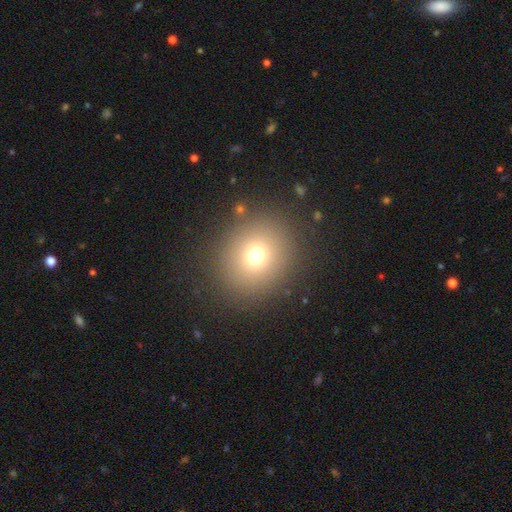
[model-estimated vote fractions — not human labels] smooth_or_featured: smooth (p=0.72) [alt: star or artifact p=0.17]
how_rounded: round (p=0.84) [alt: in between p=0.15]
merging: none (p=0.87) [alt: minor disturbance p=0.07]